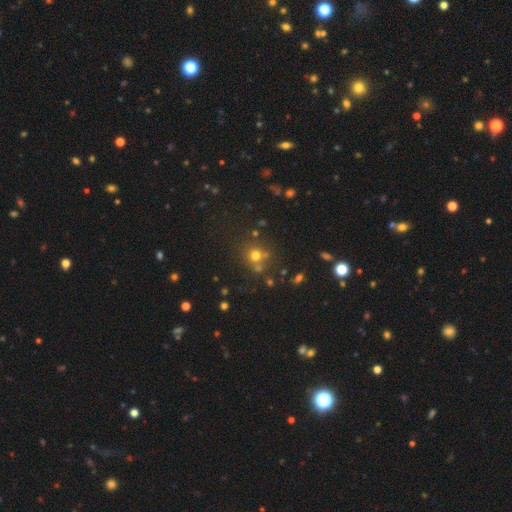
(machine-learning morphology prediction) This appears to be a smooth galaxy with no disk features (67%) that is round (89%). Merging: none (66%).